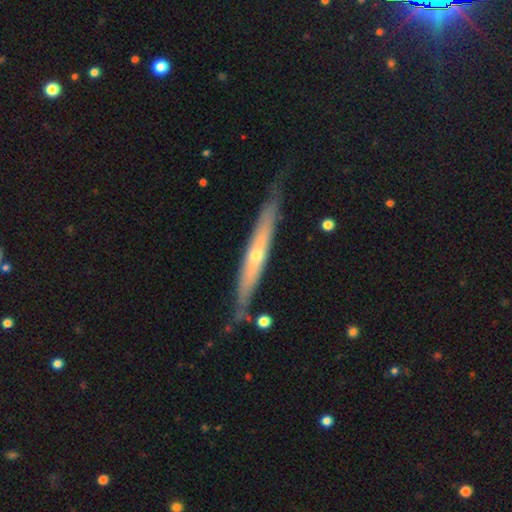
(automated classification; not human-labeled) featured or disk 67%, smooth 27%, star or artifact 6%. Down the decision tree: edge-on disk — yes (87%); edge-on bulge — rounded (66%); merging — none (76%).